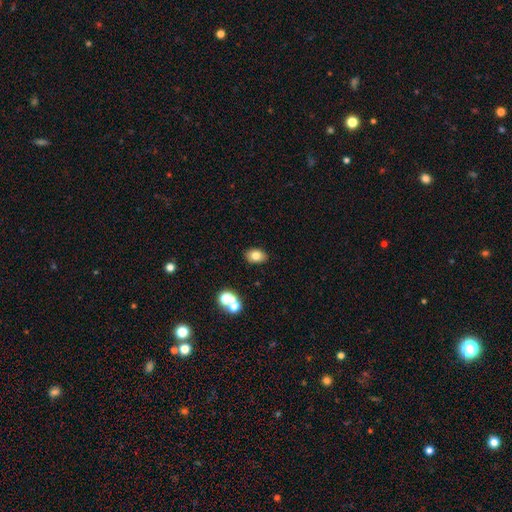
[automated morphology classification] Overall: smooth (78%). How rounded: in between (80%). Merging: none (86%).